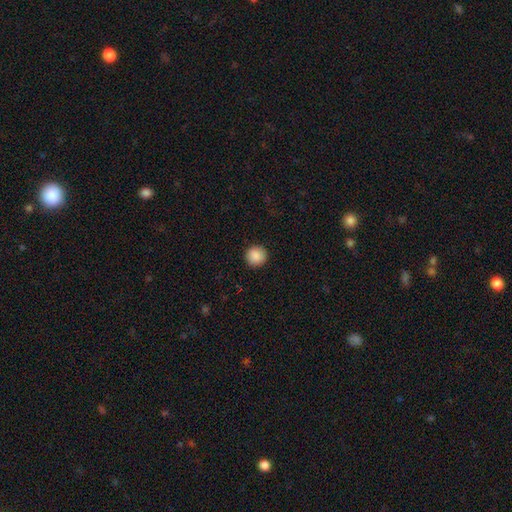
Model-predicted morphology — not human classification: The model was most divided on "smooth or featured": smooth: 89%, star or artifact: 8%, featured or disk: 3%. More confident: how rounded — round (95%); merging — none (92%).